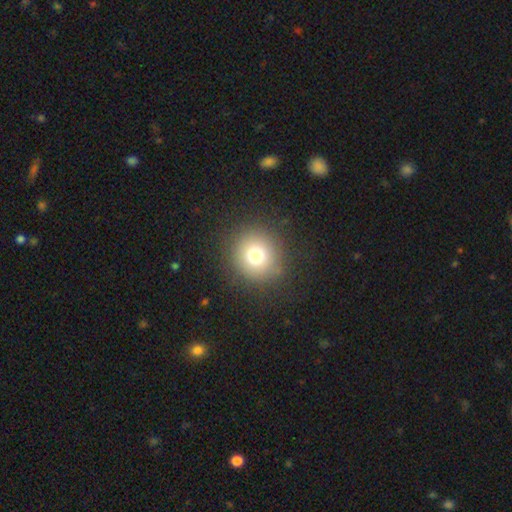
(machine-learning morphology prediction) Smooth or featured?
  - smooth: 75% *
  - star or artifact: 15%
  - featured or disk: 10%
How rounded?
  - round: 91% *
  - in between: 8%
  - cigar-shaped: 1%
Merging?
  - none: 87% *
  - minor disturbance: 8%
  - major disturbance: 4%
  - merger: 1%